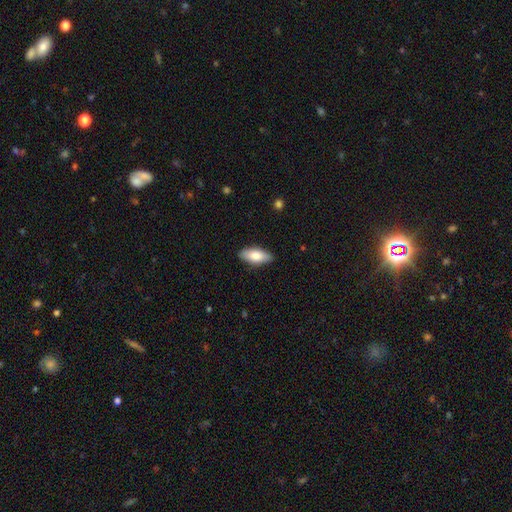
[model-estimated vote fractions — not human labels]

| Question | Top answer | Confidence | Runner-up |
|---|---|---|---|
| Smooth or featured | smooth | 79% | featured or disk (15%) |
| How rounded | in between | 85% | cigar-shaped (13%) |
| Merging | none | 86% | minor disturbance (11%) |